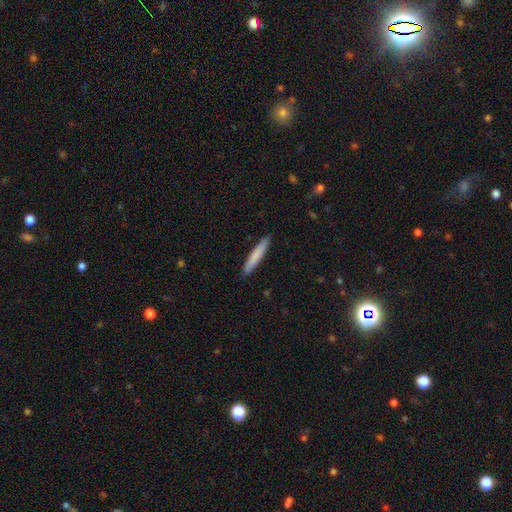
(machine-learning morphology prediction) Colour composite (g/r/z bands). It shows a smooth galaxy with no disk features (79%) that is cigar-shaped (94%). Merging: none (91%).